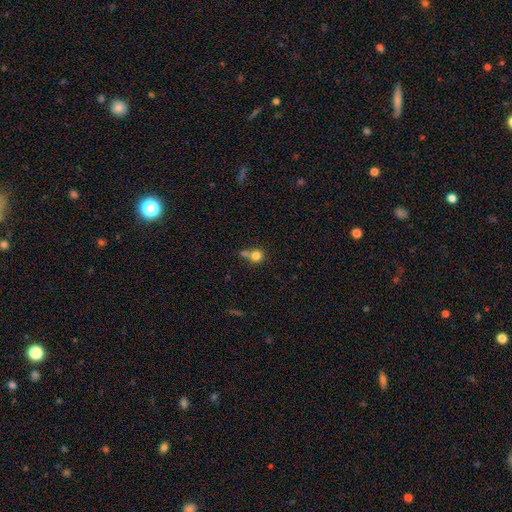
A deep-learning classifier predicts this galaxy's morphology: type=smooth (78%); roundness=round (86%); merging=none (43%).